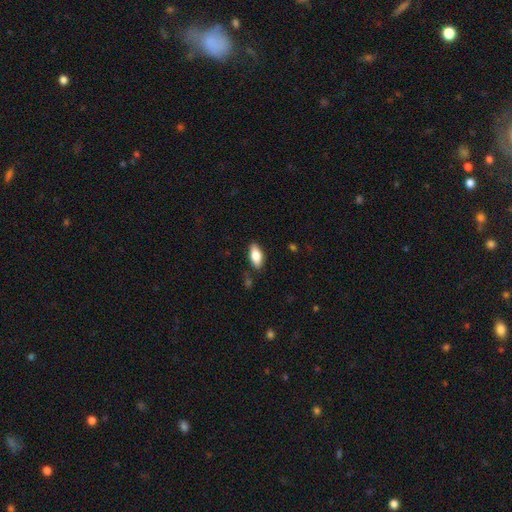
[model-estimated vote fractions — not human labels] A smooth galaxy with no disk features (81%) that is in between round and cigar-shaped (88%). Merging: none (83%).